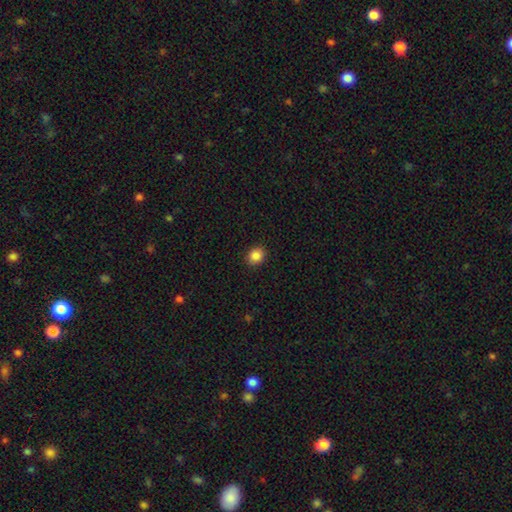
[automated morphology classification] This appears to be a smooth galaxy with no disk features (86%) that is round (66%). Merging: none (91%).